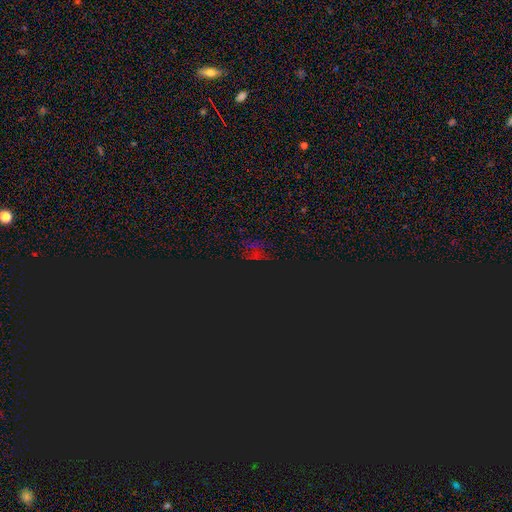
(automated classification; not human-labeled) Q: Smooth or featured?
A: star or artifact (76%); runner-up: smooth (16%)